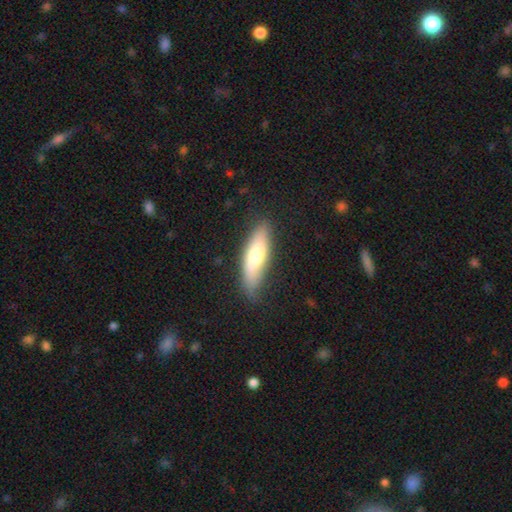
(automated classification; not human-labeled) Overall: smooth (68%). How rounded: cigar-shaped (54%; in between 44%). Merging: none (79%).